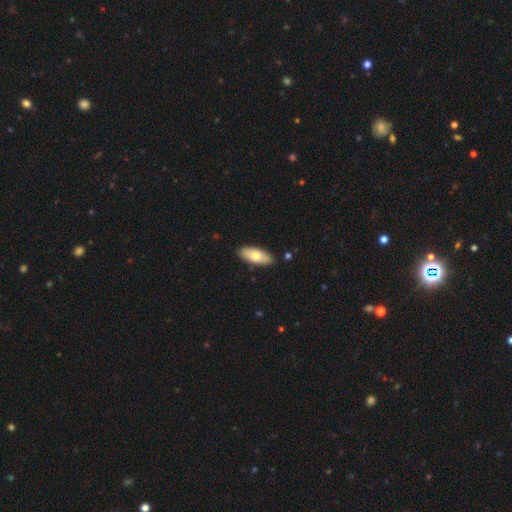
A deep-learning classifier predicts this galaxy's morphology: type=smooth (69%); roundness=in between (82%); merging=none (88%).